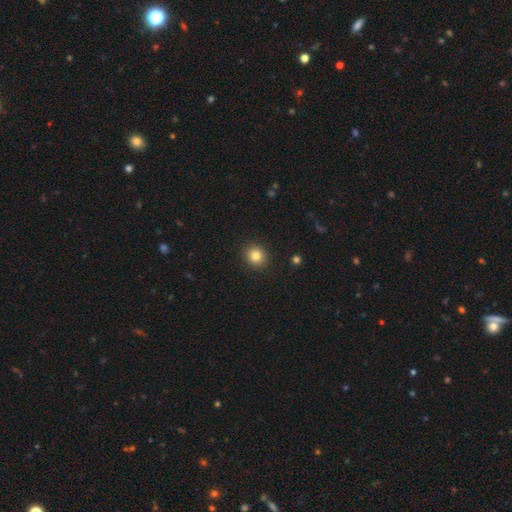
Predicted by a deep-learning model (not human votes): smooth_or_featured: smooth (p=0.83) [alt: star or artifact p=0.11]
how_rounded: round (p=0.83) [alt: in between p=0.16]
merging: none (p=0.91) [alt: minor disturbance p=0.06]